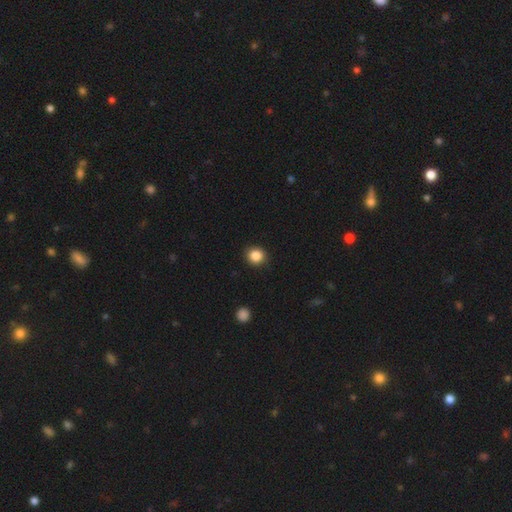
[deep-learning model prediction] A smooth galaxy with no disk features (86%) that is round (87%). Merging: none (91%).